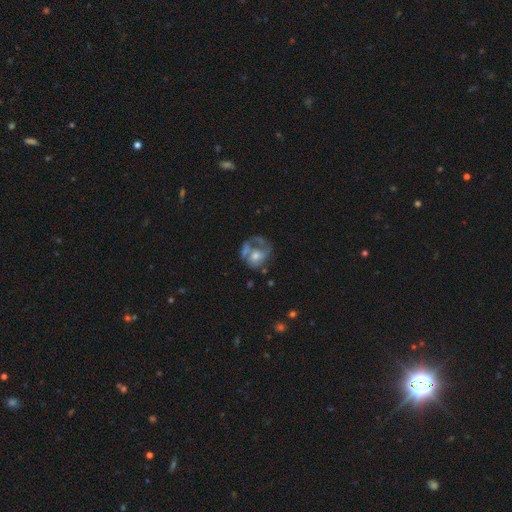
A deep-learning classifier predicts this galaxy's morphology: Smooth or featured? featured or disk (59%)
Edge-on disk? no (97%)
Bar? no (78%)
Spiral arms? no (53%)
Bulge size? moderate (52%)
Merging? major disturbance (36%)